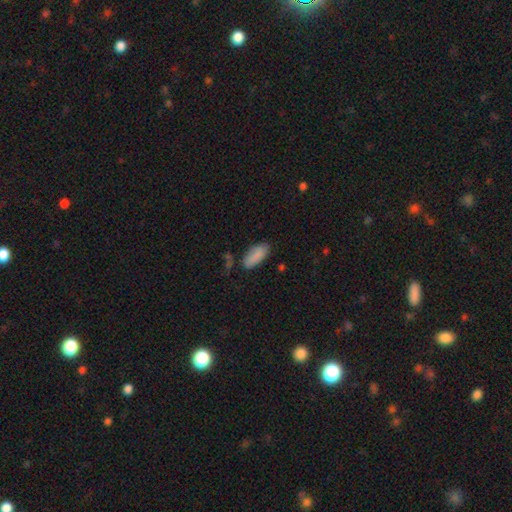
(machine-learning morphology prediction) Overall: smooth (88%). How rounded: in between (83%). Merging: none (77%).